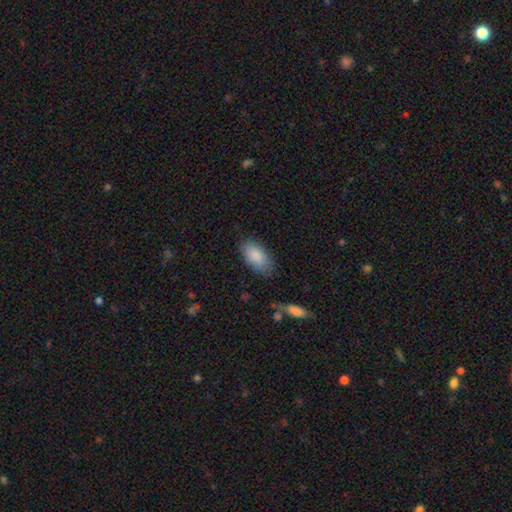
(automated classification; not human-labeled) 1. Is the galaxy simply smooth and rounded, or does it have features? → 88% smooth, 6% star or artifact, 6% featured or disk.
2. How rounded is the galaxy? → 93% in between, 4% cigar-shaped, 3% round.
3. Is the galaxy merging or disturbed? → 78% none, 16% minor disturbance, 4% major disturbance, 2% merger.